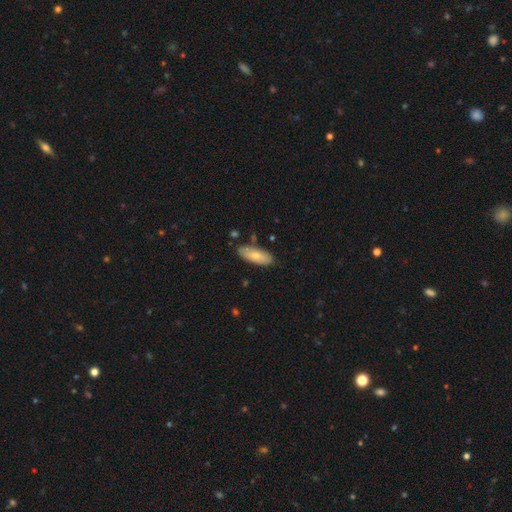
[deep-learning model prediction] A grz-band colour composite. It shows a smooth galaxy with no disk features (75%) that is in between round and cigar-shaped (75%). Merging: none (83%).